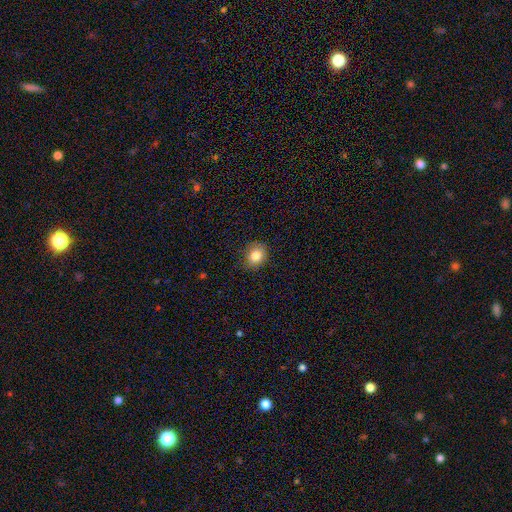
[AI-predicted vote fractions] Q: Smooth or featured?
A: smooth (83%); runner-up: star or artifact (10%)
Q: How rounded?
A: round (65%); runner-up: in between (34%)
Q: Merging?
A: none (79%); runner-up: minor disturbance (16%)